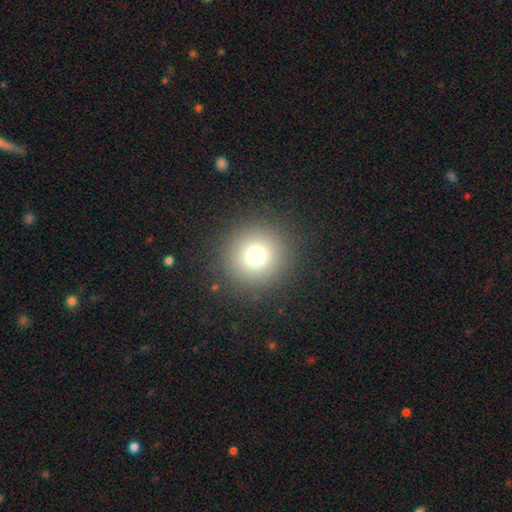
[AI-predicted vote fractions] Morphology: type=smooth (73%); roundness=round (96%); merging=none (90%).